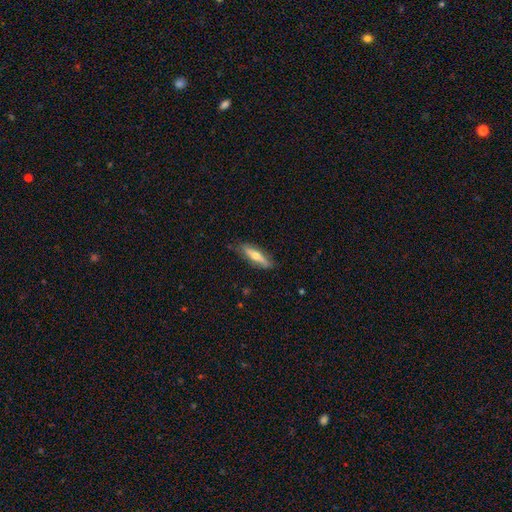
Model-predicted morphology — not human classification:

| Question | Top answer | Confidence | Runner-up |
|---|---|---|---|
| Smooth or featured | smooth | 49% | featured or disk (45%) |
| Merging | none | 78% | minor disturbance (17%) |